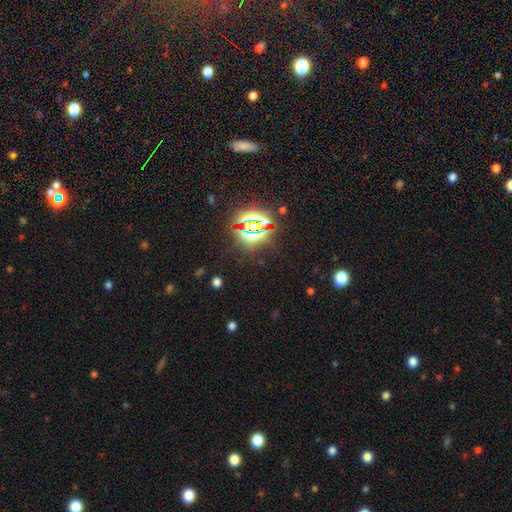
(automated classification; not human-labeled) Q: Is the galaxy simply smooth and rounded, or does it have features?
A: star or artifact — 84%.